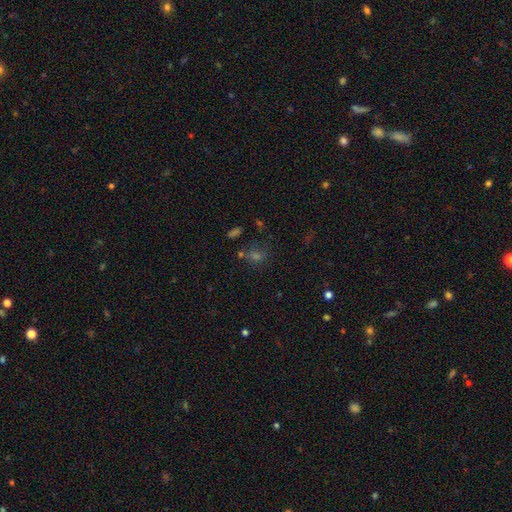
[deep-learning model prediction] smooth-or-featured: star or artifact: 43% | smooth: 42% | featured or disk: 15%